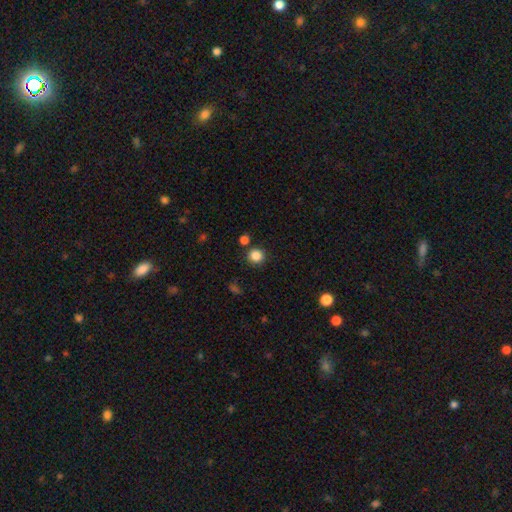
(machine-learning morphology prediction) Smooth or featured? smooth (85%)
How rounded? round (91%)
Merging? none (85%)